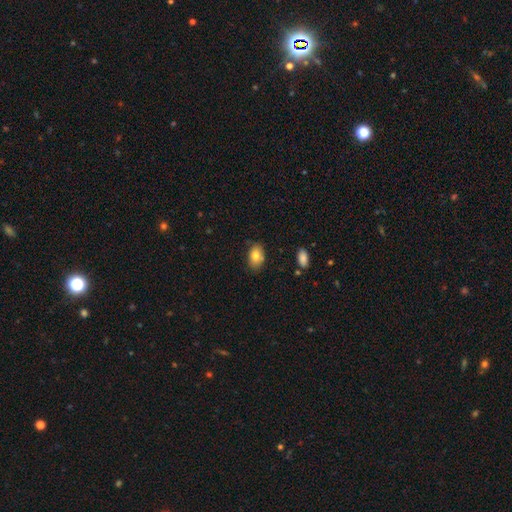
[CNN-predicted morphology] Overall: smooth (80%). How rounded: in between (88%). Merging: none (79%).